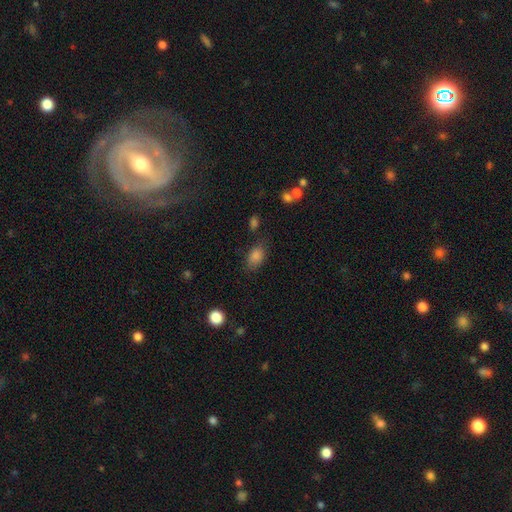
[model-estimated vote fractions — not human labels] Smooth or featured: smooth — 83% (star or artifact — 11%)
How rounded: in between — 86% (round — 12%)
Merging: none — 74% (minor disturbance — 17%)